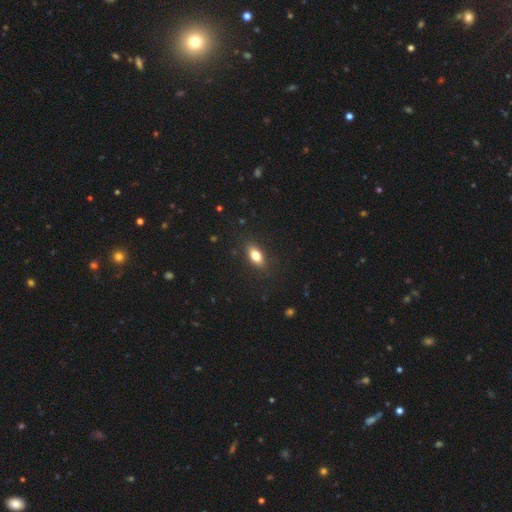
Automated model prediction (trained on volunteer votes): A smooth galaxy with no disk features (78%) that is in between round and cigar-shaped (82%).

Vote fractions:
- Smooth or featured? smooth: 78% / featured or disk: 14% / star or artifact: 8%
- How rounded? in between: 82% / cigar-shaped: 12% / round: 6%
- Merging? none: 86% / minor disturbance: 10% / major disturbance: 3% / merger: 1%